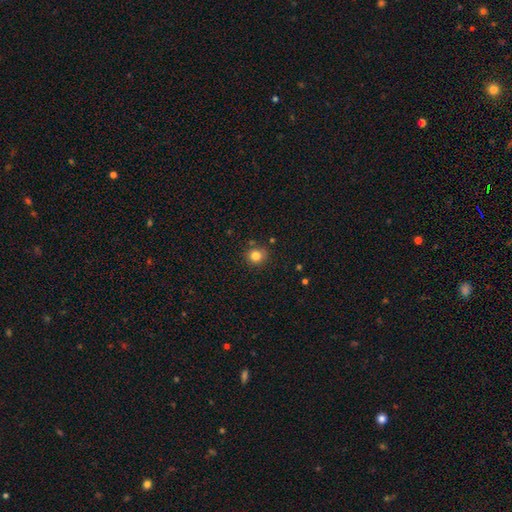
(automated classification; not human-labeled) smooth-or-featured: smooth: 82% | star or artifact: 12% | featured or disk: 6%
  how-rounded: round: 88% | in between: 11% | cigar-shaped: 1%
  merging: none: 82% | minor disturbance: 11% | merger: 4% | major disturbance: 3%